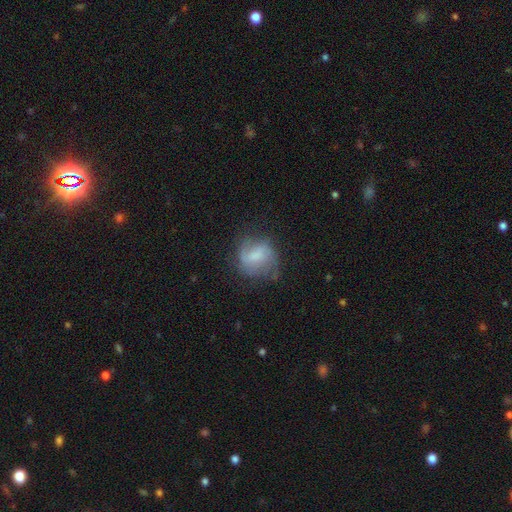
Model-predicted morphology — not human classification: smooth_or_featured: featured or disk (p=0.52) [alt: smooth p=0.39]
disk_edge_on: no (p=0.97) [alt: yes p=0.03]
bar: weak (p=0.49) [alt: no p=0.34]
has_spiral_arms: yes (p=0.81) [alt: no p=0.19]
bulge_size: none (p=0.31) [alt: moderate p=0.29]
merging: none (p=0.56) [alt: minor disturbance p=0.26]